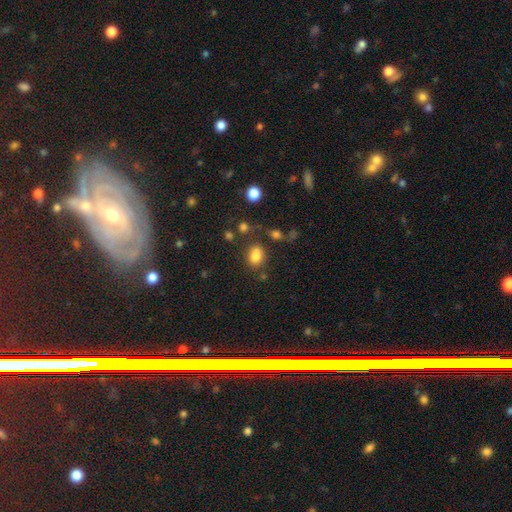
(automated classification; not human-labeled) This is clearly a smooth galaxy (80%). How rounded: likely in between (64%). Merging: likely none (64%).